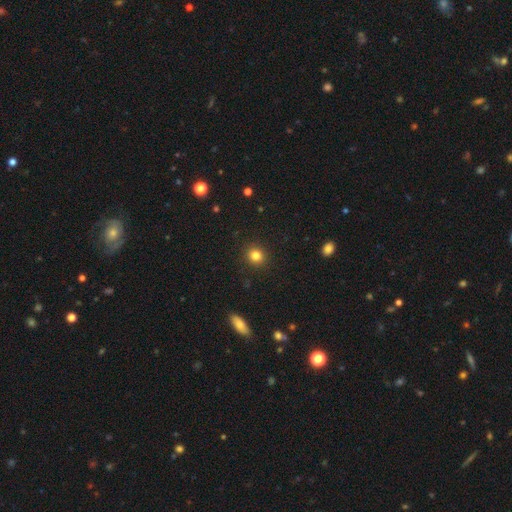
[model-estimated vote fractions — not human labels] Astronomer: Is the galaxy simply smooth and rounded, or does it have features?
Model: smooth — 83%.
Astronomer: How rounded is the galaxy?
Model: round — 85%.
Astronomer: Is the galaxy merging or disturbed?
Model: none — 91%.